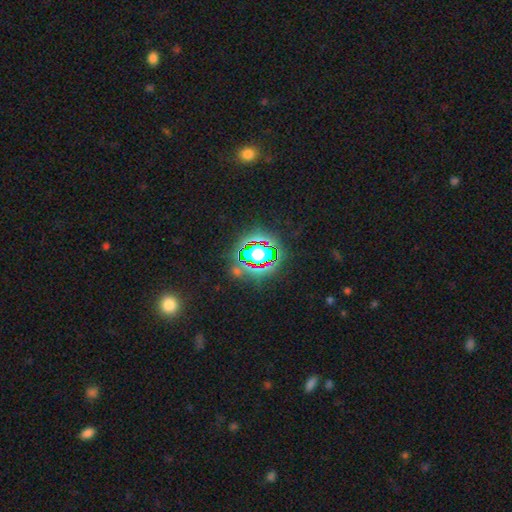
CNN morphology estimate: This is likely a star or artifact rather than a galaxy (65%).